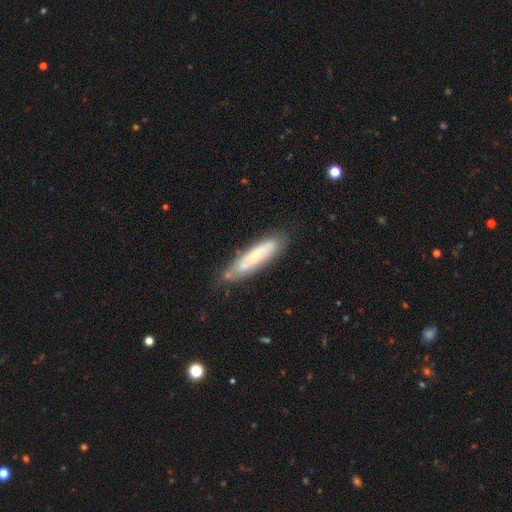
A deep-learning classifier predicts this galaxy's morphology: Smooth or featured? featured or disk (47%)
Merging? none (72%)